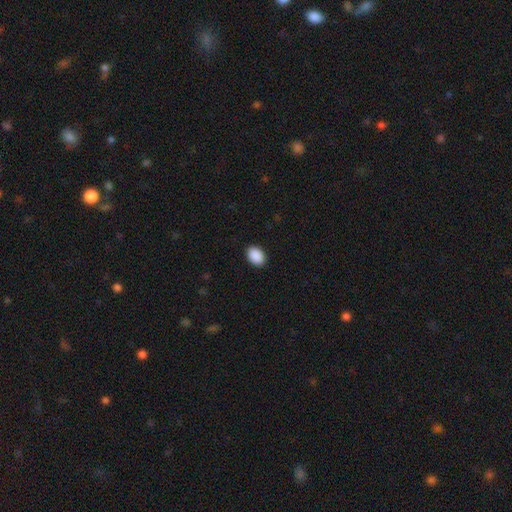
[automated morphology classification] smooth 91%, star or artifact 7%, featured or disk 2%. Down the decision tree: how rounded — in between (80%); merging — none (91%).